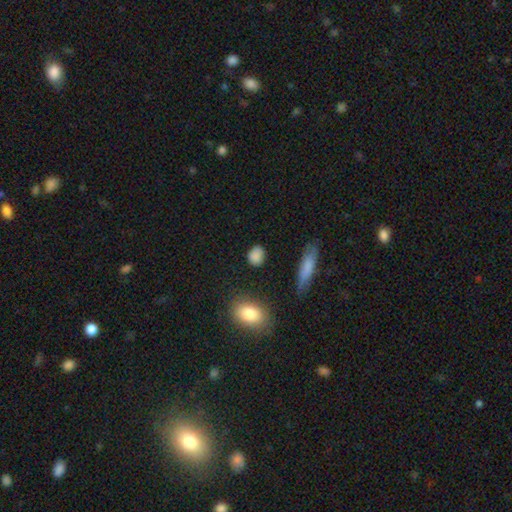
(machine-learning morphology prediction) smooth_or_featured: smooth (p=0.85) [alt: star or artifact p=0.10]
how_rounded: round (p=0.52) [alt: in between p=0.45]
merging: none (p=0.79) [alt: minor disturbance p=0.14]